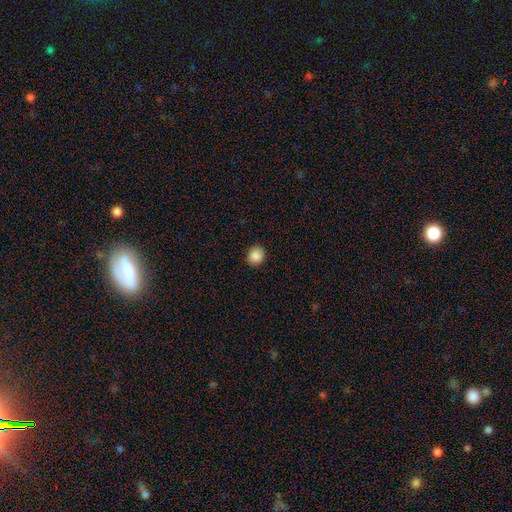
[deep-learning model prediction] smooth_or_featured: smooth (p=0.88) [alt: star or artifact p=0.09]
how_rounded: round (p=0.81) [alt: in between p=0.18]
merging: none (p=0.91) [alt: minor disturbance p=0.06]